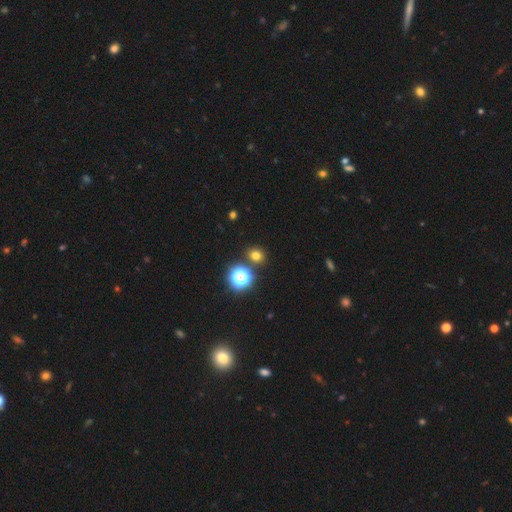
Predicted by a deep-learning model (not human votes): Morphology: type=smooth (71%); roundness=round (75%); merging=none (84%).